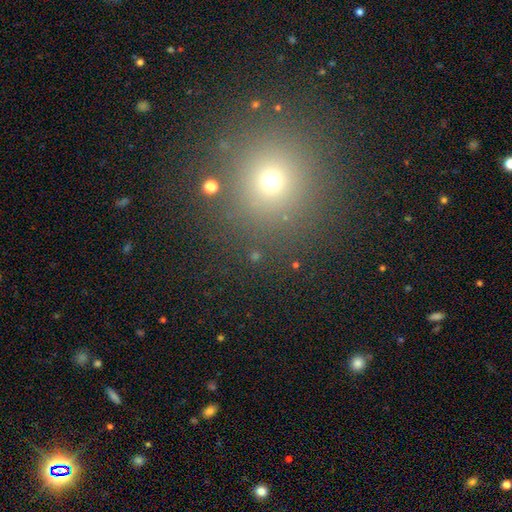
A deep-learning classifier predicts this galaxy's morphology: This appears to be a smooth galaxy with no disk features (54%) that is round (87%). Merging: none (85%).